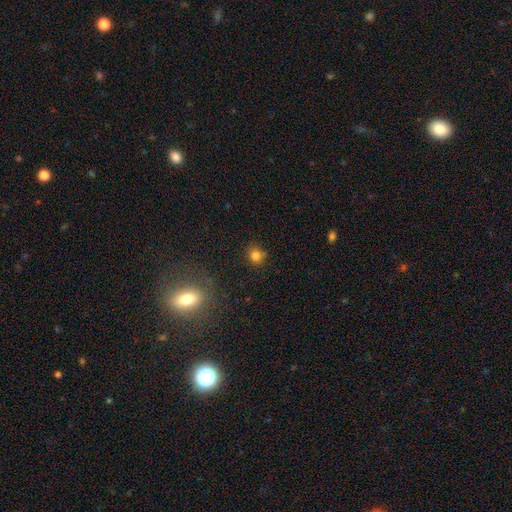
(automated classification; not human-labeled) smooth_or_featured: smooth (p=0.80) [alt: star or artifact p=0.14]
how_rounded: round (p=0.87) [alt: in between p=0.12]
merging: none (p=0.83) [alt: minor disturbance p=0.11]